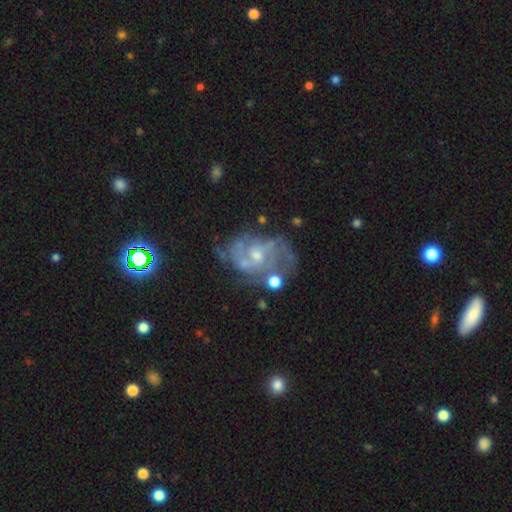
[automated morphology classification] This is likely a featured or disk galaxy (78%). It is clearly not viewed edge-on (98%). Bar: likely no (61%). Spiral arm pattern: likely yes (77%). Spiral arm count: marginally can't tell (37%). Spiral winding: possibly medium (45%). Central bulge: possibly small (57%). Merging: possibly none (49%).